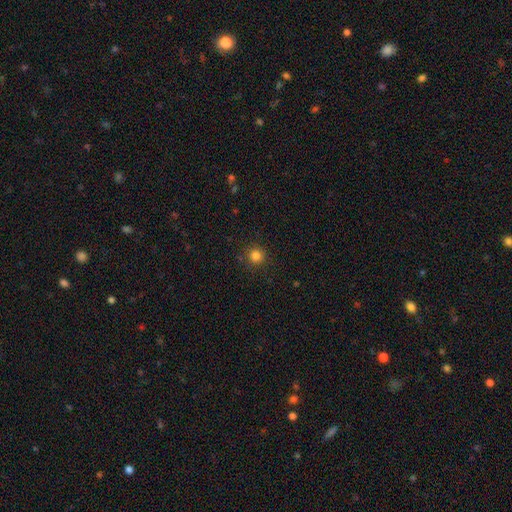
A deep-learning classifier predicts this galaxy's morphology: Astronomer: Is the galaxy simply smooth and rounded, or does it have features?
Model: smooth — 82%.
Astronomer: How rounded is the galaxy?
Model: round — 95%.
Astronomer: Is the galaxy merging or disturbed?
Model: none — 90%.